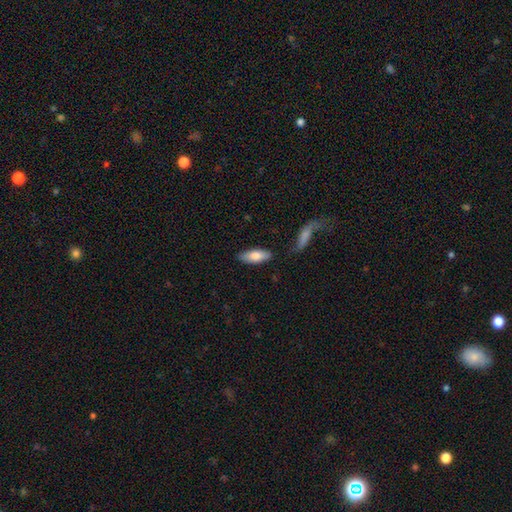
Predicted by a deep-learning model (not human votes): smooth 79%, featured or disk 15%, star or artifact 6%. Down the decision tree: how rounded — in between (77%); merging — none (80%).